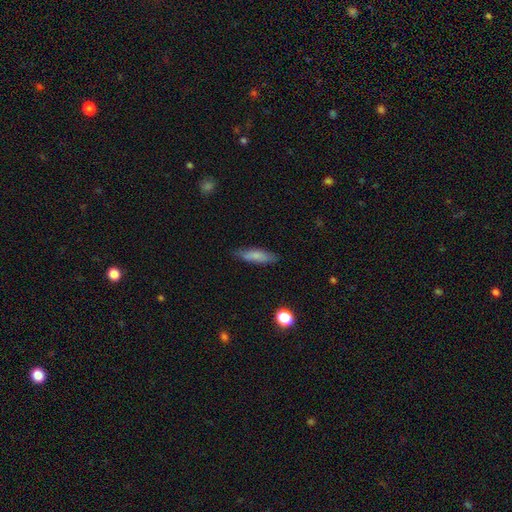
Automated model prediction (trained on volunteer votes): Overall: smooth (77%). How rounded: cigar-shaped (60%; in between 38%). Merging: none (80%).